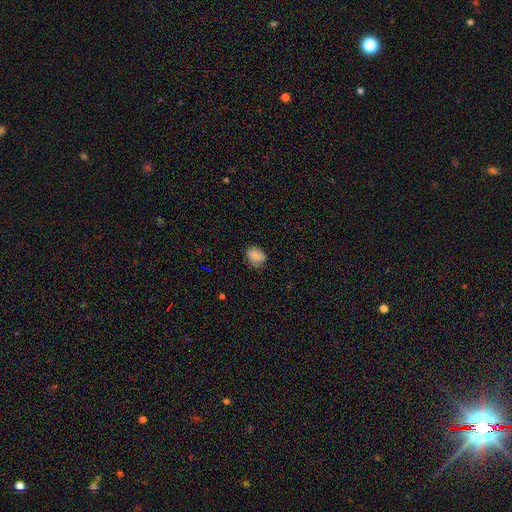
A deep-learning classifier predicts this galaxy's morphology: This is clearly a smooth galaxy (83%). How rounded: possibly in between (57%). Merging: likely none (72%).